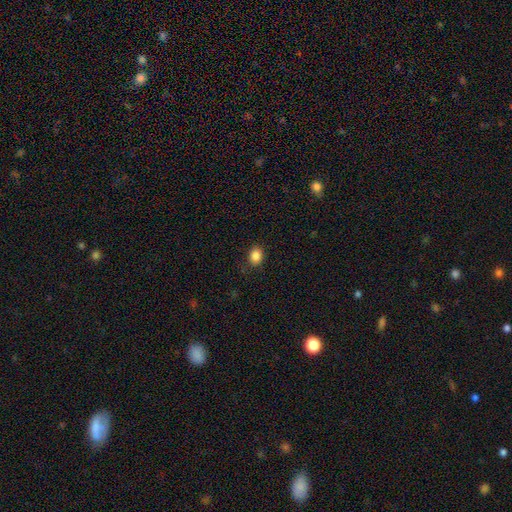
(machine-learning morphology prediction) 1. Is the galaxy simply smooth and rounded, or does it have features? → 86% smooth, 10% star or artifact, 4% featured or disk.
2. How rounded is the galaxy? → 59% in between, 40% round, 1% cigar-shaped.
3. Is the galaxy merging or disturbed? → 85% none, 11% minor disturbance, 3% major disturbance, 1% merger.